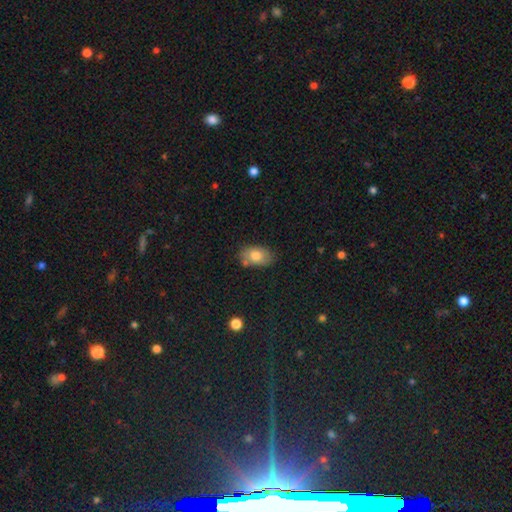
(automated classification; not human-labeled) smooth 78%, featured or disk 14%, star or artifact 8%. Down the decision tree: how rounded — in between (87%); merging — none (69%).